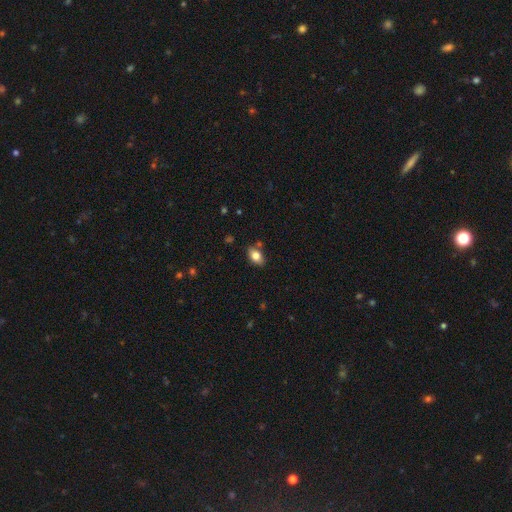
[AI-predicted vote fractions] Smooth or featured: smooth — 78% (featured or disk — 13%)
How rounded: in between — 87% (round — 10%)
Merging: none — 78% (minor disturbance — 14%)